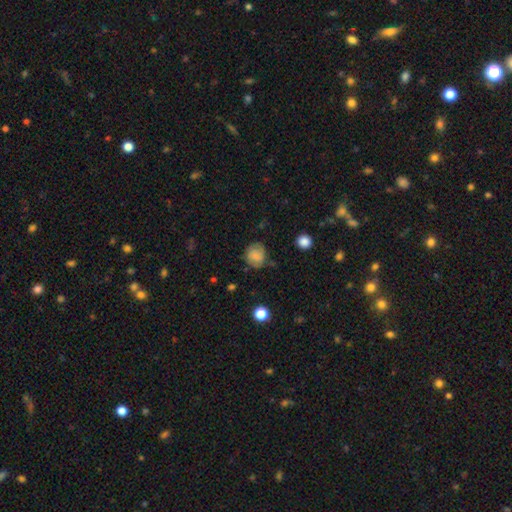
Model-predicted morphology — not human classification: smooth_or_featured: smooth (p=0.78) [alt: featured or disk p=0.12]
how_rounded: round (p=0.74) [alt: in between p=0.25]
merging: none (p=0.66) [alt: minor disturbance p=0.24]